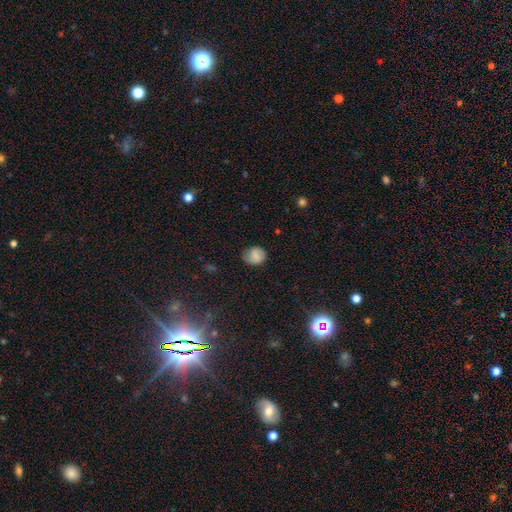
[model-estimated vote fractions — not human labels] Q: Smooth or featured?
A: smooth (72%); runner-up: featured or disk (18%)
Q: How rounded?
A: round (65%); runner-up: in between (34%)
Q: Merging?
A: none (72%); runner-up: minor disturbance (21%)